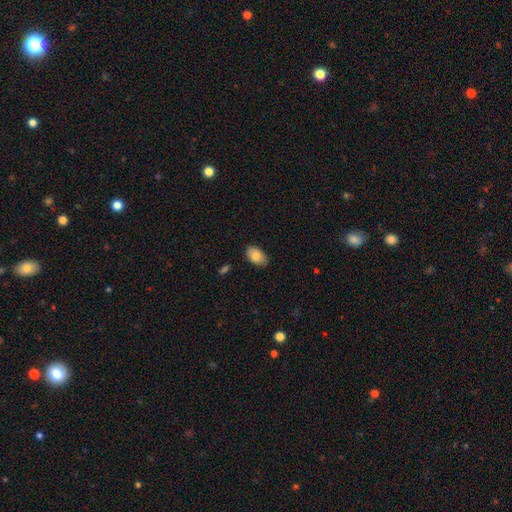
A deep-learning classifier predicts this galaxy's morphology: This appears to be a smooth galaxy with no disk features (83%) that is in between round and cigar-shaped (92%). Merging: none (82%).